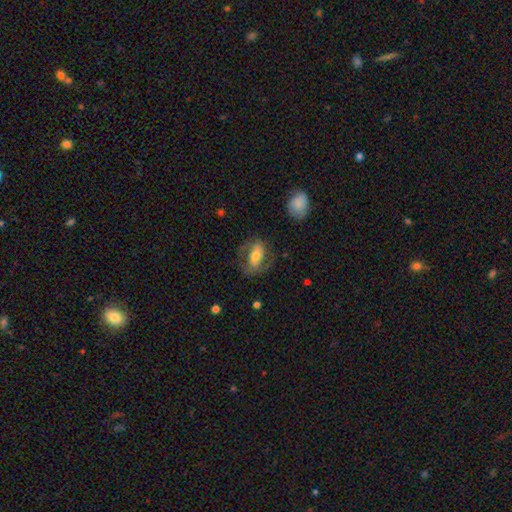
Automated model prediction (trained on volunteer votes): Smooth or featured?
  - featured or disk: 59% *
  - smooth: 34%
  - star or artifact: 7%
Edge-on disk?
  - no: 93% *
  - yes: 7%
Bar?
  - strong: 37% *
  - weak: 32%
  - no: 30%
Spiral arms?
  - yes: 77% *
  - no: 23%
Bulge size?
  - moderate: 57% *
  - small: 26%
  - large: 13%
  - none: 2%
  - dominant: 2%
Merging?
  - none: 65% *
  - minor disturbance: 18%
  - major disturbance: 15%
  - merger: 2%